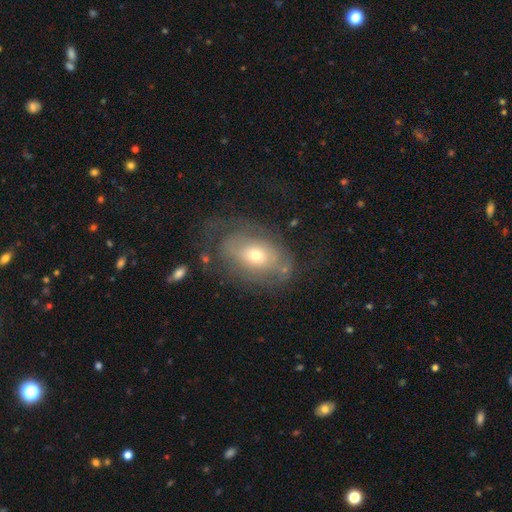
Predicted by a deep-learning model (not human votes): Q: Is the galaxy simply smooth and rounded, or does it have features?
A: featured or disk — 50%.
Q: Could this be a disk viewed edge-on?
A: no — 92%.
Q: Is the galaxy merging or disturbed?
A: none — 49%.